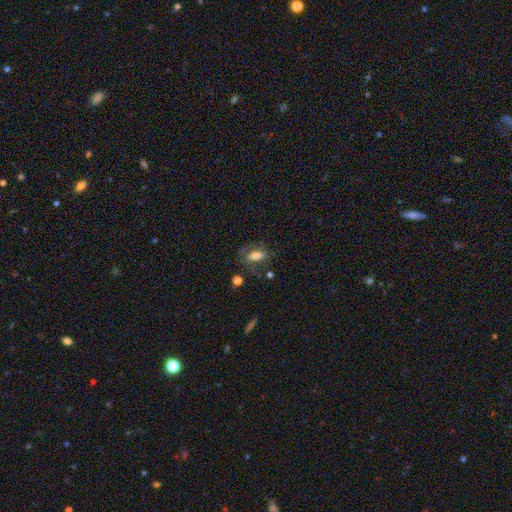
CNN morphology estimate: A smooth galaxy with no disk features (60%) that is in between round and cigar-shaped (73%). Merging: none (52%).